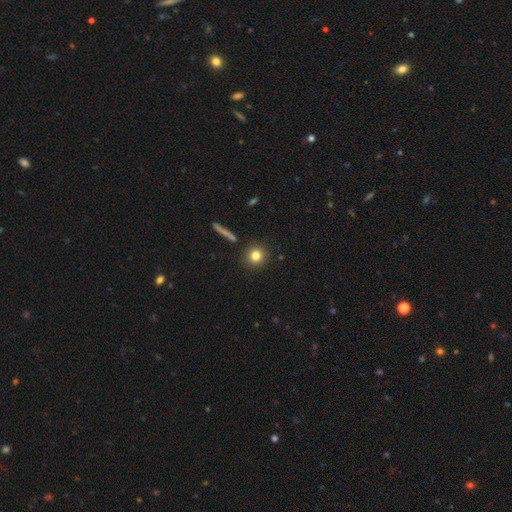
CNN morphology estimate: smooth-or-featured: smooth: 80% | star or artifact: 11% | featured or disk: 9%
  how-rounded: round: 93% | in between: 6% | cigar-shaped: 1%
  merging: none: 88% | minor disturbance: 7% | merger: 3% | major disturbance: 2%